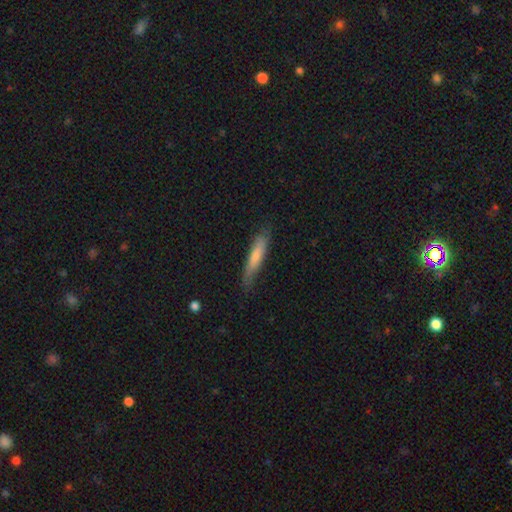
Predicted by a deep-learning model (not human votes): smooth_or_featured: smooth (p=0.67) [alt: featured or disk p=0.27]
how_rounded: cigar-shaped (p=0.88) [alt: in between p=0.10]
merging: none (p=0.72) [alt: minor disturbance p=0.22]